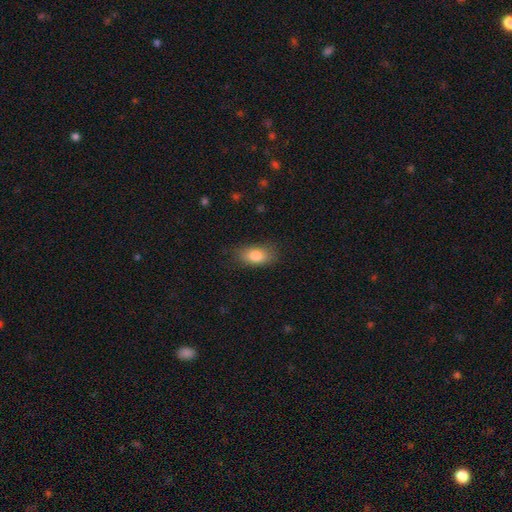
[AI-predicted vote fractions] smooth 83%, featured or disk 9%, star or artifact 8%. Down the decision tree: how rounded — in between (87%); merging — none (79%).